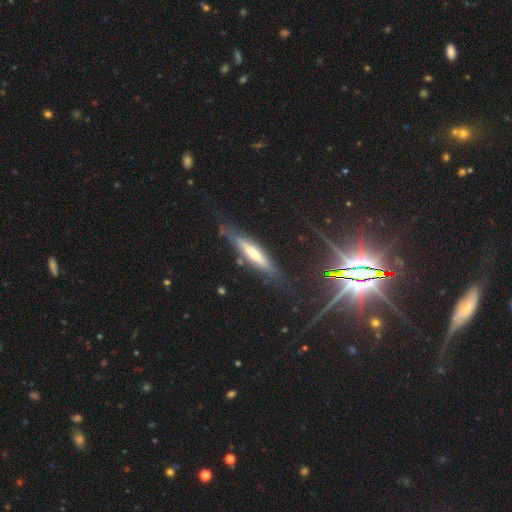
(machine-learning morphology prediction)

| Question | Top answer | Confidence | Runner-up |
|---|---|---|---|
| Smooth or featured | featured or disk | 53% | smooth (32%) |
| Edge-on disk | yes | 87% | no (13%) |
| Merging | none | 74% | minor disturbance (18%) |